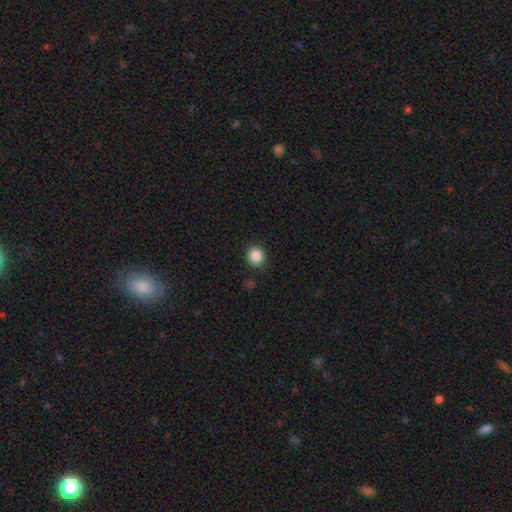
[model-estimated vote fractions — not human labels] smooth 86%, star or artifact 10%, featured or disk 3%. Down the decision tree: how rounded — round (83%); merging — none (89%).